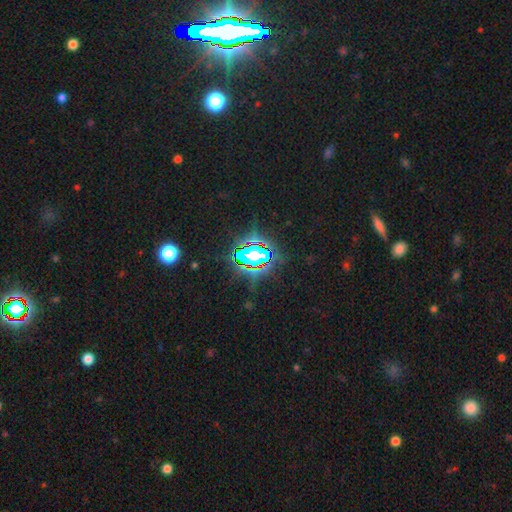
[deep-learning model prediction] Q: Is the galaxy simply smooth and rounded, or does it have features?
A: star or artifact — 74%.